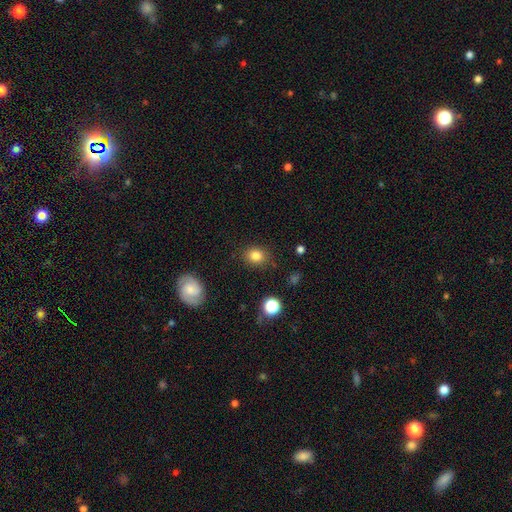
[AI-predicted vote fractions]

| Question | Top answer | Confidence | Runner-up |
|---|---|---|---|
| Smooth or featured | smooth | 82% | star or artifact (10%) |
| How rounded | round | 60% | in between (39%) |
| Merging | none | 86% | minor disturbance (10%) |